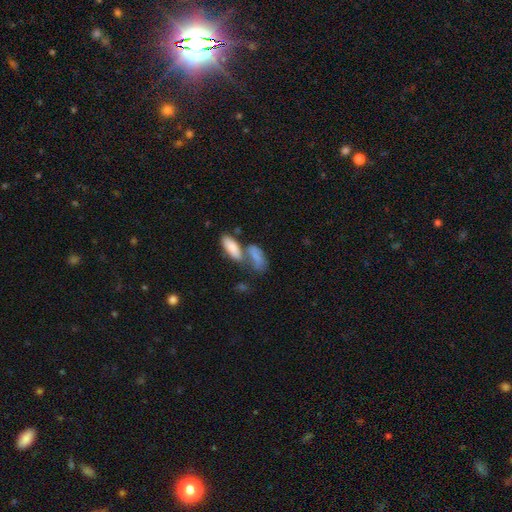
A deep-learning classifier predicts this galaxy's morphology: smooth_or_featured: smooth (p=0.75) [alt: featured or disk p=0.17]
how_rounded: in between (p=0.80) [alt: cigar-shaped p=0.17]
merging: merger (p=0.54) [alt: none p=0.26]